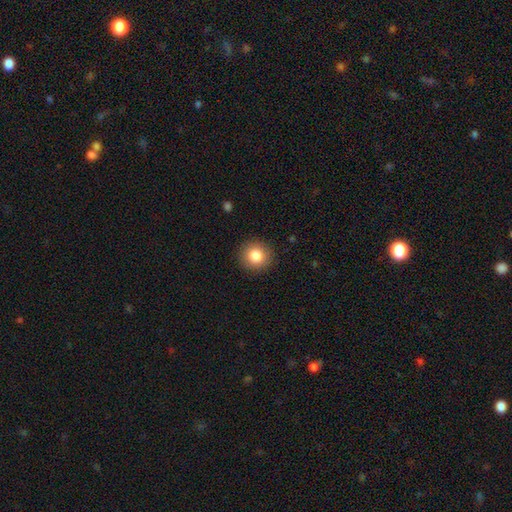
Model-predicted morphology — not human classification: Smooth or featured? smooth (84%)
How rounded? round (91%)
Merging? none (91%)